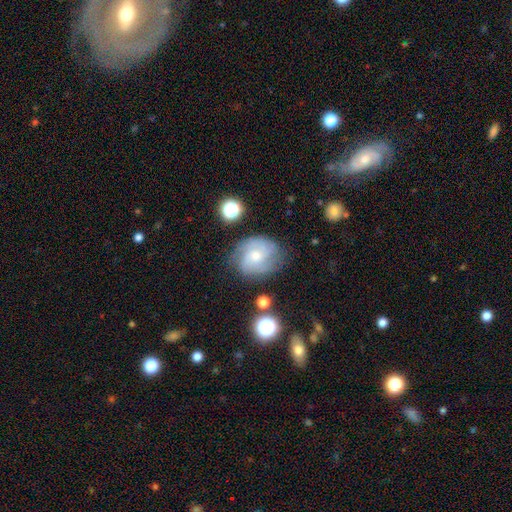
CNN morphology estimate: A featured or disk galaxy (67%) with no bar (68%), tight (46%) spiral arms (92%) and a moderate central bulge (47%, tied with small). Merging: none (71%).